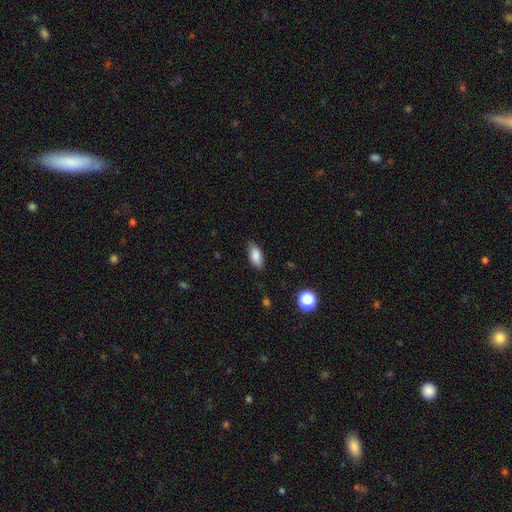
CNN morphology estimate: This is clearly a smooth galaxy (86%). How rounded: clearly in between (88%). Merging: clearly none (82%).